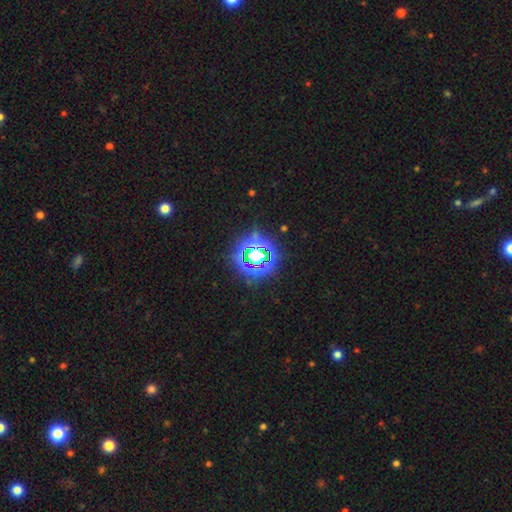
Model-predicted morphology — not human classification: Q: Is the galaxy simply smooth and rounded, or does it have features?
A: star or artifact — 70%.